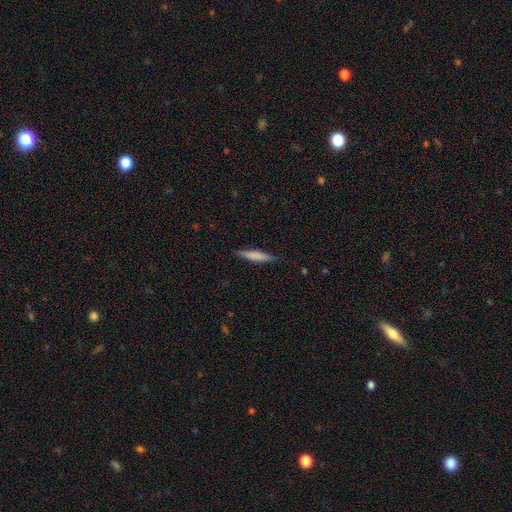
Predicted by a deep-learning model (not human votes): This is likely a smooth galaxy (69%). How rounded: clearly cigar-shaped (90%). Merging: clearly none (87%).